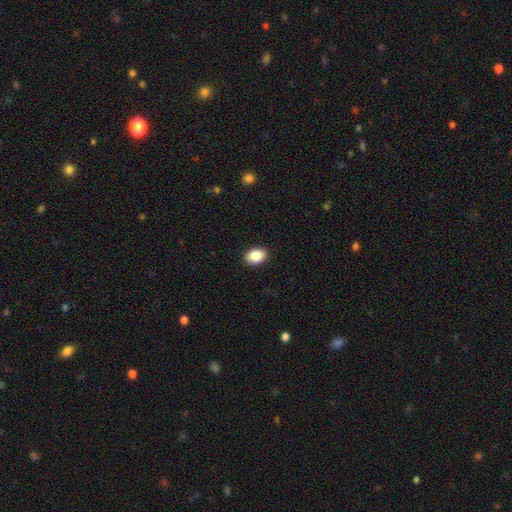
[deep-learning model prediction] Overall: smooth (87%). How rounded: in between (83%). Merging: none (90%).